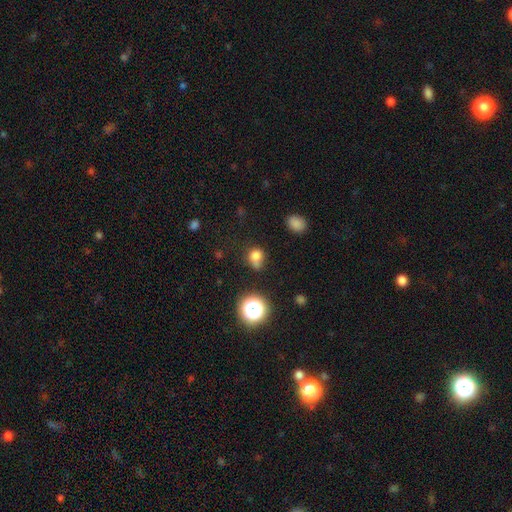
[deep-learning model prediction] smooth-or-featured: smooth: 75% | star or artifact: 17% | featured or disk: 8%
  how-rounded: round: 68% | in between: 31% | cigar-shaped: 1%
  merging: none: 47% | minor disturbance: 26% | major disturbance: 14% | merger: 13%